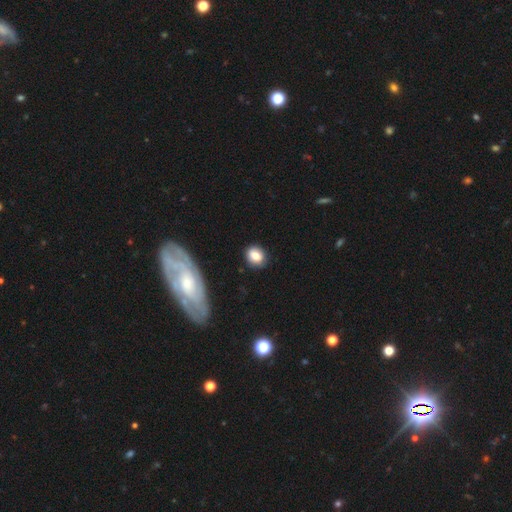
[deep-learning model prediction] Smooth or featured?
  - smooth: 77% *
  - featured or disk: 14%
  - star or artifact: 9%
How rounded?
  - round: 65% *
  - in between: 34%
  - cigar-shaped: 2%
Merging?
  - none: 85% *
  - minor disturbance: 10%
  - major disturbance: 3%
  - merger: 2%